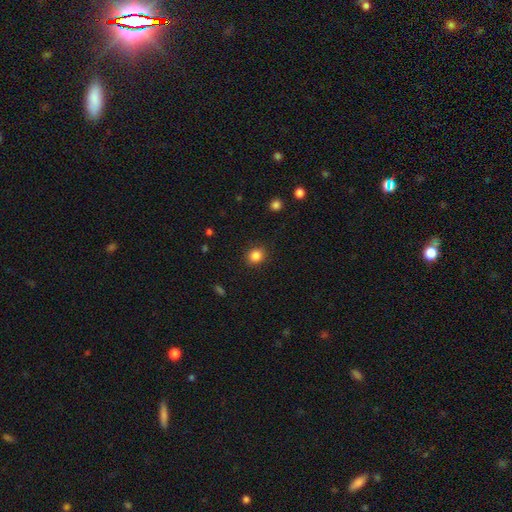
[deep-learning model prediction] smooth_or_featured: smooth (p=0.85) [alt: star or artifact p=0.11]
how_rounded: round (p=0.74) [alt: in between p=0.25]
merging: none (p=0.89) [alt: minor disturbance p=0.08]